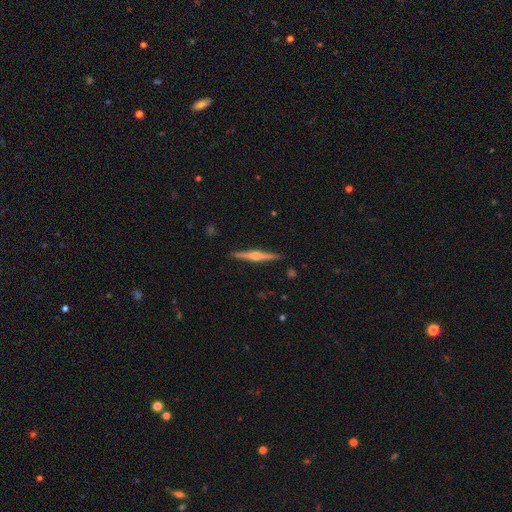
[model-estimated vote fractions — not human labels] smooth-or-featured: featured or disk: 80% | smooth: 15% | star or artifact: 5%
  disk-edge-on: yes: 99% | no: 1%
    edge-on-bulge: rounded: 94% | boxy: 3% | none: 3%
  merging: none: 92% | minor disturbance: 6% | major disturbance: 1% | merger: 1%